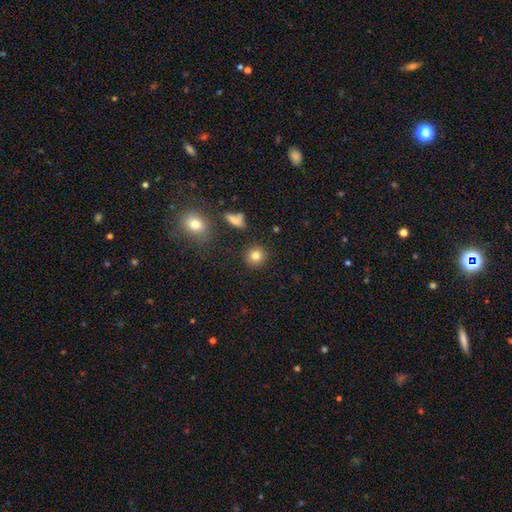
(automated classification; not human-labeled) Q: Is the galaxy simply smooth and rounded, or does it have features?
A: smooth — 81%.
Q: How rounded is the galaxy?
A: round — 90%.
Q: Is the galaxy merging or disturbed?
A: none — 89%.